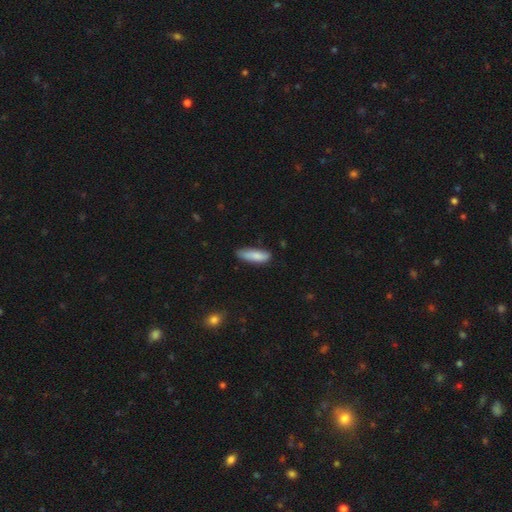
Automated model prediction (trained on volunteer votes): Smooth or featured: smooth — 84% (featured or disk — 10%)
How rounded: cigar-shaped — 52% (in between — 47%)
Merging: none — 69% (minor disturbance — 25%)